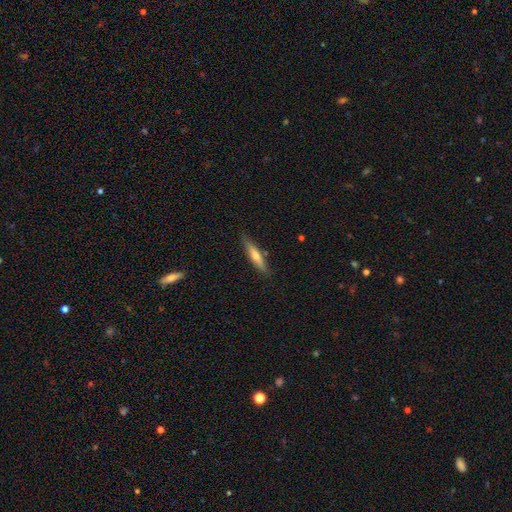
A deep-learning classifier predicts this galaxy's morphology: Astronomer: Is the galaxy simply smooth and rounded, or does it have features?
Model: smooth — 51% (runner-up: featured or disk, 43%).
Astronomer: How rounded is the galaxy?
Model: cigar-shaped — 87%.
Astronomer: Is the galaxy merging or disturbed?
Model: none — 85%.